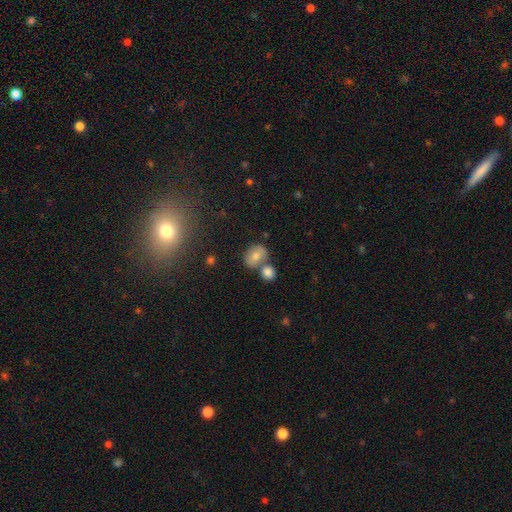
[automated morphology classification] Overall: smooth (71%). How rounded: in between (55%; round 44%). Merging: none (48%; merger 36%).